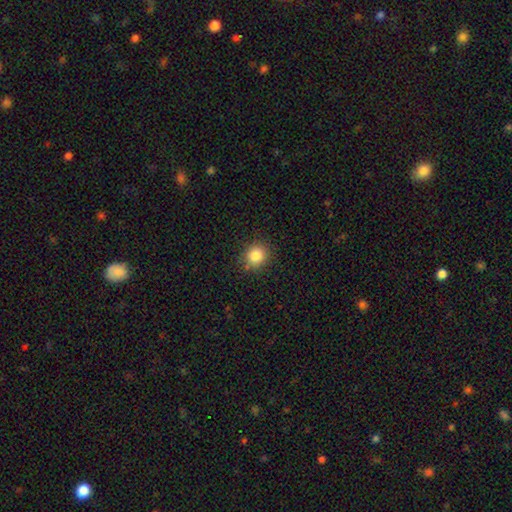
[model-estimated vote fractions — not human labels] smooth 84%, star or artifact 11%, featured or disk 5%. Down the decision tree: how rounded — round (83%); merging — none (85%).